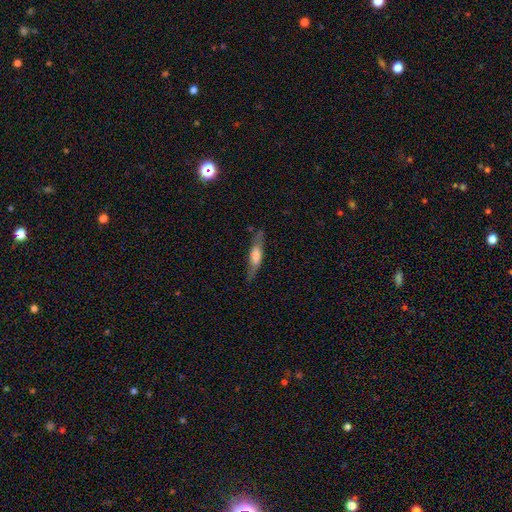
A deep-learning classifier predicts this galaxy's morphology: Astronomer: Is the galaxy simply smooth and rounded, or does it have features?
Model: smooth — 49% (runner-up: featured or disk, 45%).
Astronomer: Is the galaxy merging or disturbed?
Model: none — 75%.